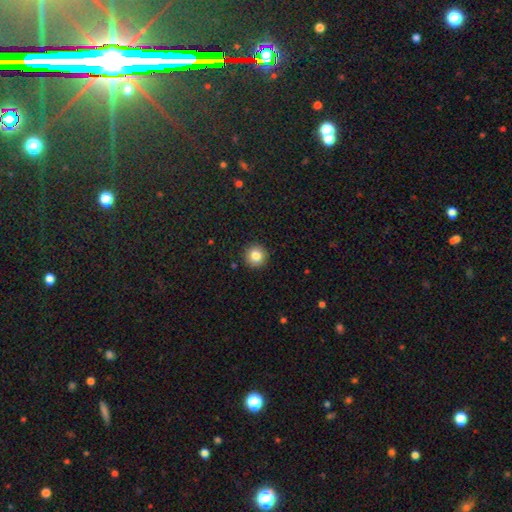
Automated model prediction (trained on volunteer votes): A smooth galaxy with no disk features (84%) that is round (96%). Merging: none (92%).